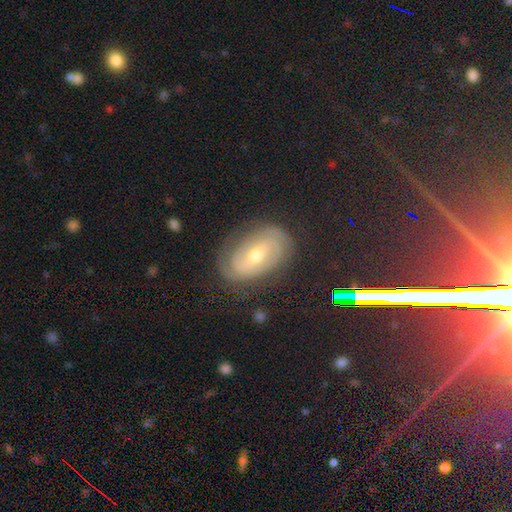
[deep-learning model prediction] The model was most divided on "bar": no: 42%, weak: 39%, strong: 18%. More confident: edge-on disk — no (96%); spiral arms — yes (92%); merging — none (79%); smooth or featured — featured or disk (78%); spiral winding — tight (69%); spiral arm count — 2 (54%); bulge size — moderate (52%).